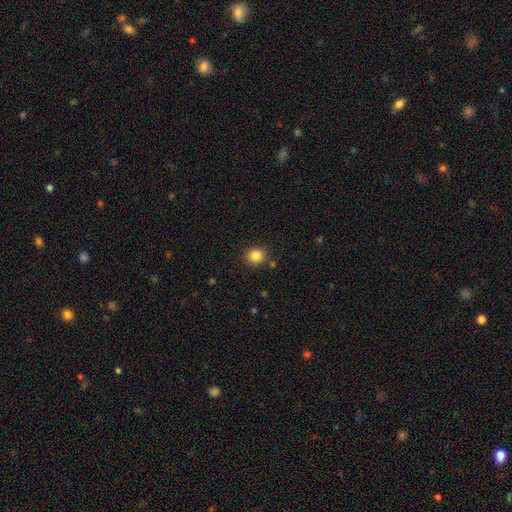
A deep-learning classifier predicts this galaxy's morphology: Smooth or featured: smooth — 84% (star or artifact — 11%)
How rounded: round — 86% (in between — 13%)
Merging: none — 88% (minor disturbance — 7%)